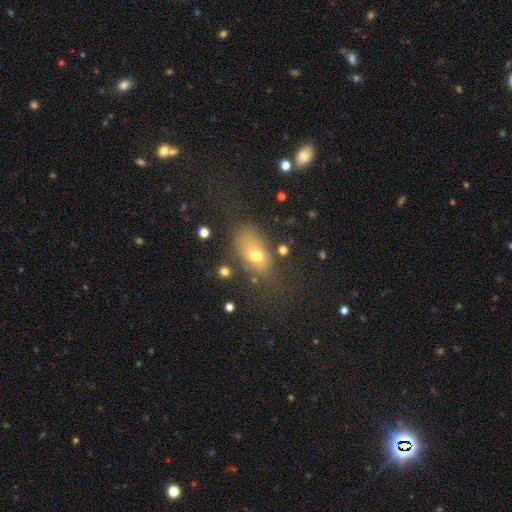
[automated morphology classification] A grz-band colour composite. It shows a smooth galaxy with no disk features (63%) that is in between round and cigar-shaped (81%). Merging: none (50%).